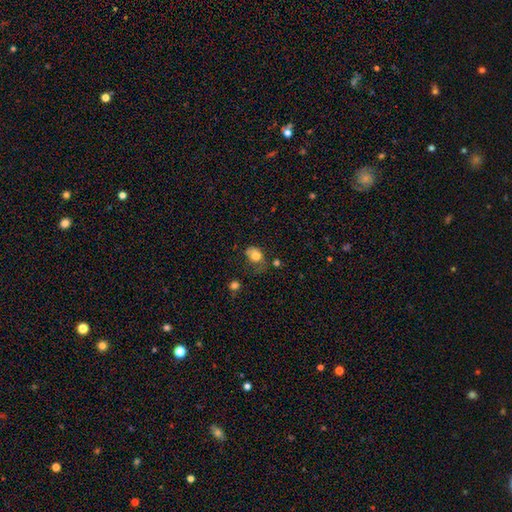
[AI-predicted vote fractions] This is likely a smooth galaxy (76%). How rounded: likely in between (66%). Merging: marginally minor disturbance (33%).